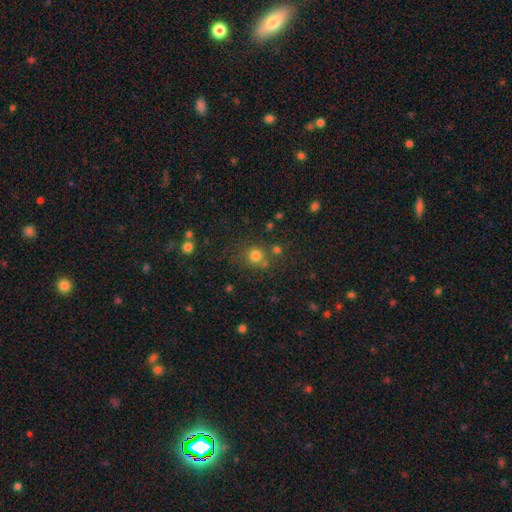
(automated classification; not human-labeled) Q: Smooth or featured?
A: smooth (74%); runner-up: star or artifact (17%)
Q: How rounded?
A: round (88%); runner-up: in between (11%)
Q: Merging?
A: none (66%); runner-up: merger (18%)